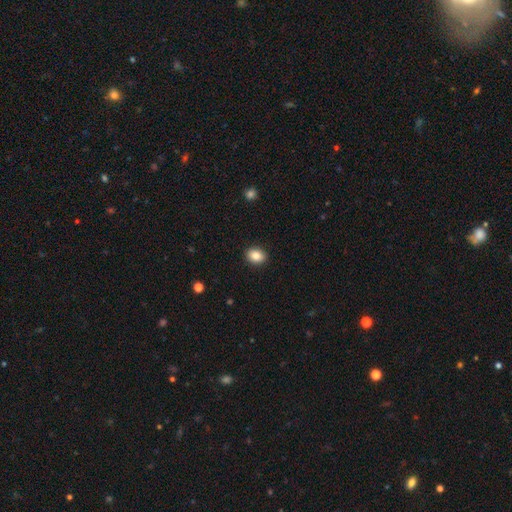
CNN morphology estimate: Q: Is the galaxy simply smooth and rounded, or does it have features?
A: smooth — 85%.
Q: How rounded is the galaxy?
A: in between — 53%.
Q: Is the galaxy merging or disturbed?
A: none — 91%.